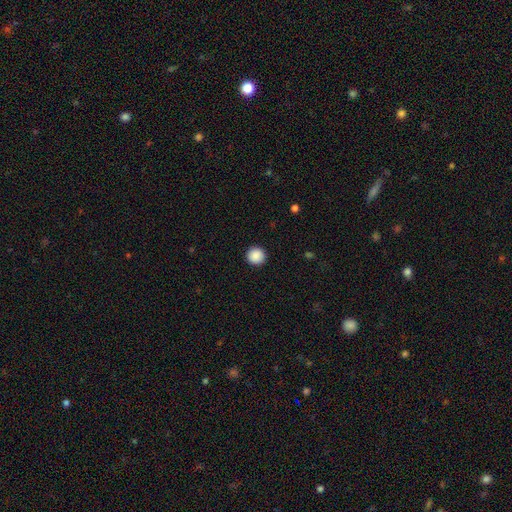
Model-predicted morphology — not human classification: type=smooth (89%); roundness=round (95%); merging=none (93%).